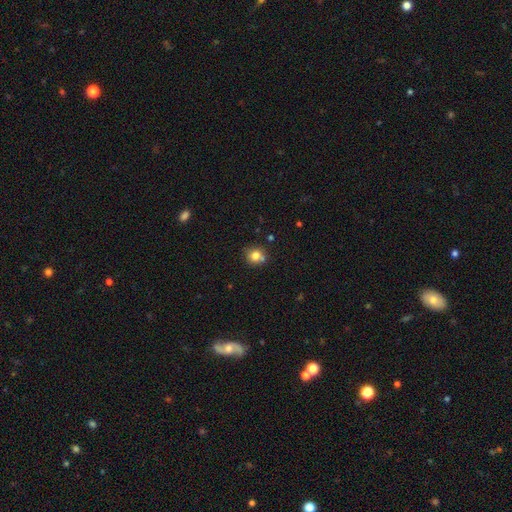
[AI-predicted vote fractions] This is likely a smooth galaxy (78%). How rounded: clearly round (84%). Merging: likely none (66%).